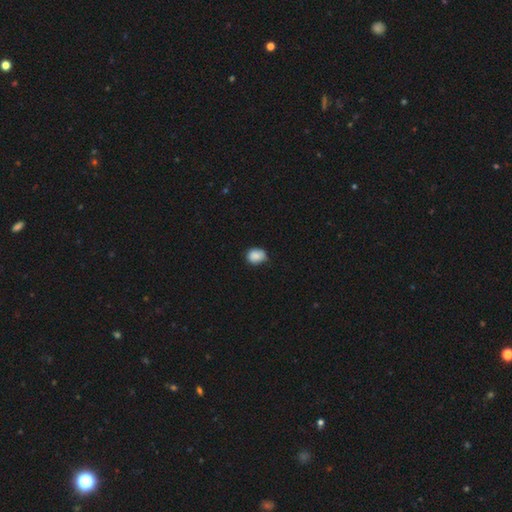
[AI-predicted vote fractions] Smooth or featured?
  - smooth: 86% *
  - star or artifact: 8%
  - featured or disk: 6%
How rounded?
  - round: 51% *
  - in between: 48%
  - cigar-shaped: 1%
Merging?
  - none: 65% *
  - minor disturbance: 29%
  - major disturbance: 4%
  - merger: 2%